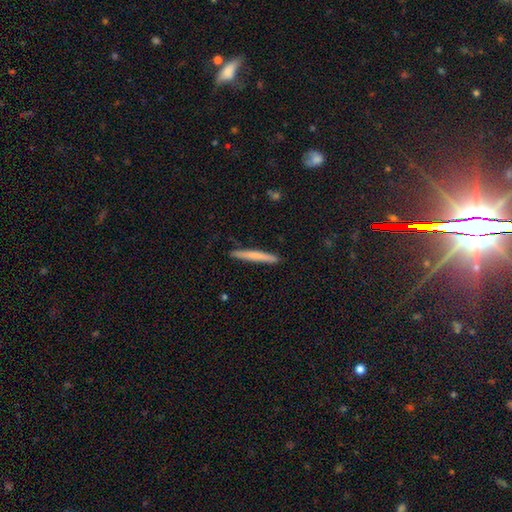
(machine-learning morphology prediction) smooth 68%, featured or disk 26%, star or artifact 6%. Down the decision tree: how rounded — cigar-shaped (97%); merging — none (90%).